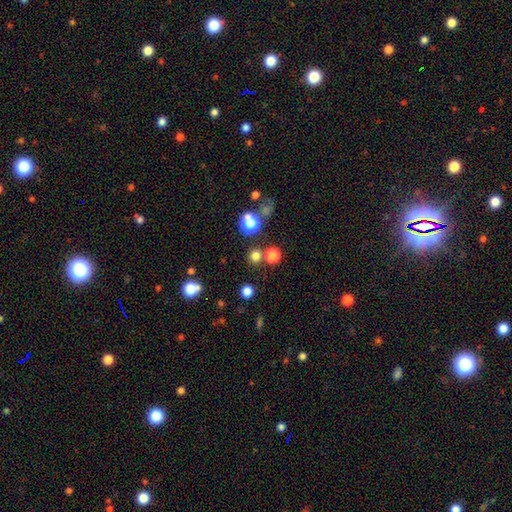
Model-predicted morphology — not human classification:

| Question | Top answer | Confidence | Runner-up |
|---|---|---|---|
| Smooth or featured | smooth | 74% | star or artifact (21%) |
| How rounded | round | 91% | in between (8%) |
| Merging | none | 77% | merger (13%) |